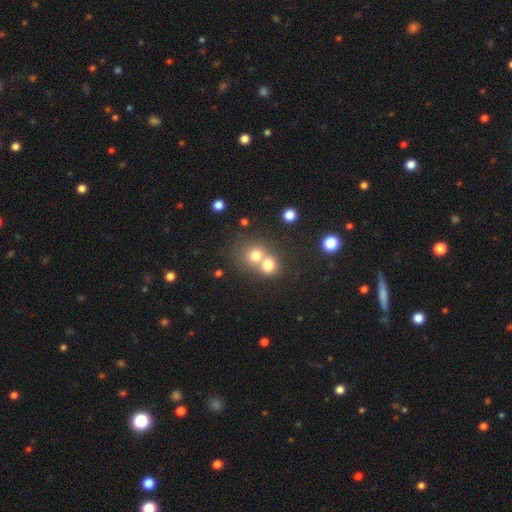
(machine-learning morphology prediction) smooth 72%, featured or disk 14%, star or artifact 14%. Down the decision tree: how rounded — round (81%); merging — merger (61%).